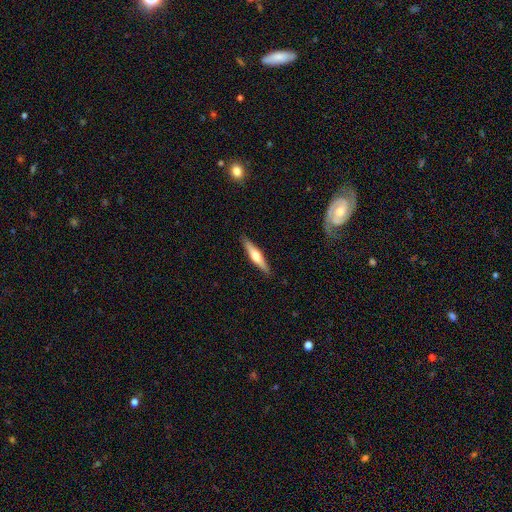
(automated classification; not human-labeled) featured or disk 54%, smooth 40%, star or artifact 5%. Down the decision tree: edge-on disk — yes (96%); edge-on bulge — rounded (91%); merging — none (90%).